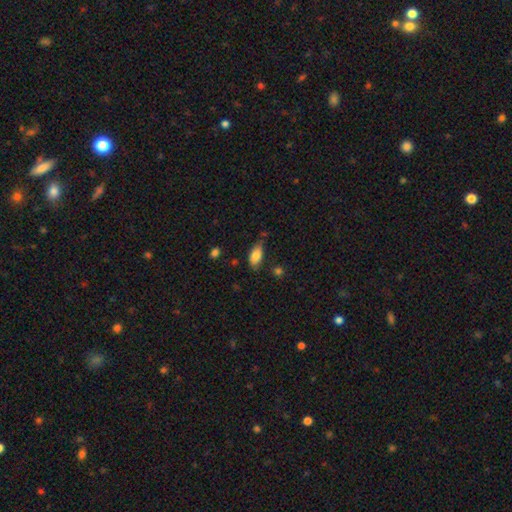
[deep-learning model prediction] Q: Smooth or featured?
A: smooth (83%); runner-up: featured or disk (9%)
Q: How rounded?
A: in between (90%); runner-up: cigar-shaped (7%)
Q: Merging?
A: none (59%); runner-up: minor disturbance (30%)